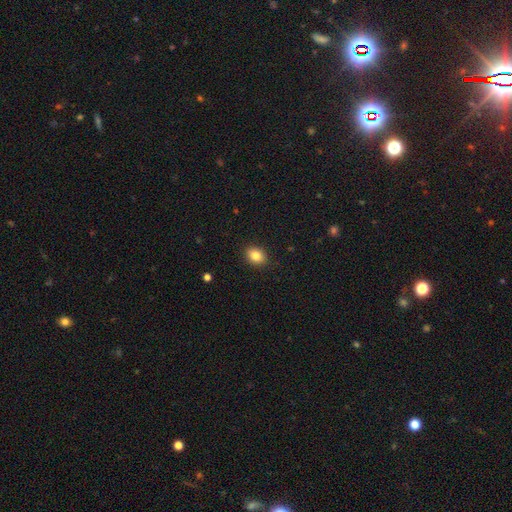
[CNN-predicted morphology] This is clearly a smooth galaxy (84%). How rounded: likely in between (65%). Merging: clearly none (90%).